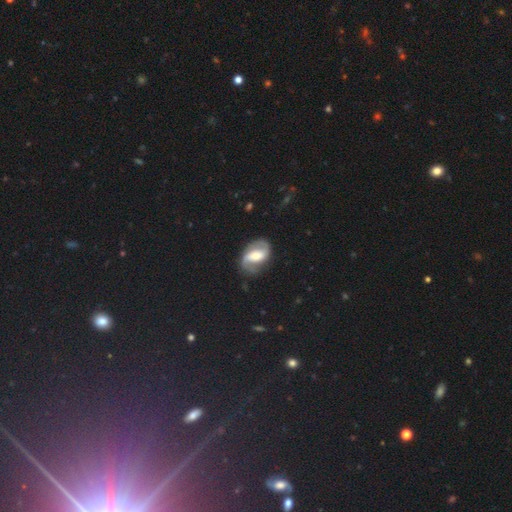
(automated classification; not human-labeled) This appears to be a featured or disk galaxy (81%) with a weak bar (38%), 2 (91%) medium (46%) spiral arms (93%) and a moderate central bulge (54%). Merging: none (77%).